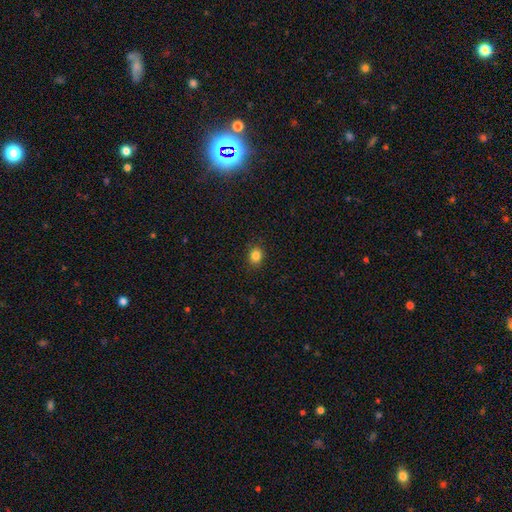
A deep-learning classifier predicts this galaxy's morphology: Smooth or featured? Predicted: smooth (p=0.84). How rounded? Predicted: round (p=0.68). Merging? Predicted: none (p=0.88).